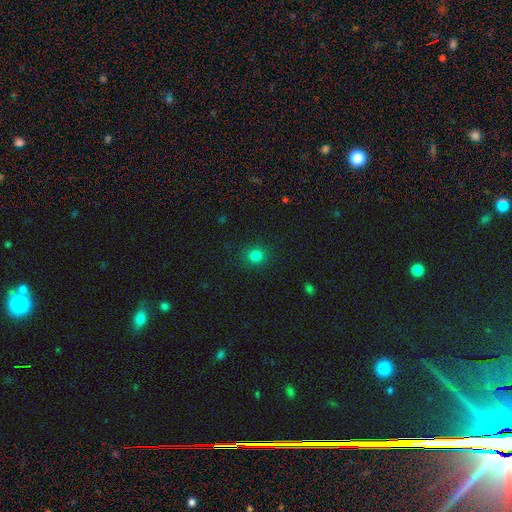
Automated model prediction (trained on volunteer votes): smooth 82%, star or artifact 14%, featured or disk 4%. Down the decision tree: how rounded — round (87%); merging — none (90%).